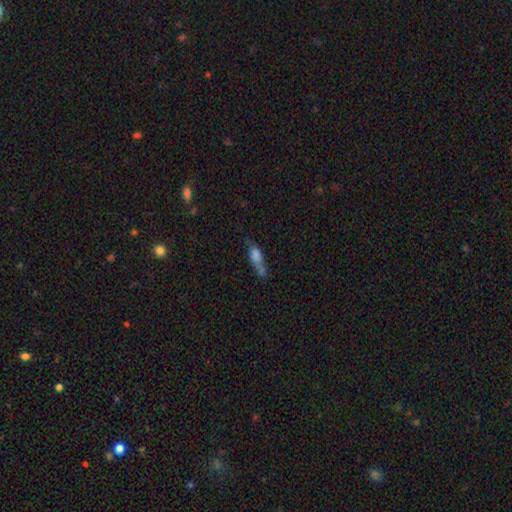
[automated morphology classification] Q: Smooth or featured?
A: smooth (61%); runner-up: featured or disk (26%)
Q: How rounded?
A: in between (48%); runner-up: cigar-shaped (45%)
Q: Merging?
A: none (35%); runner-up: merger (26%)